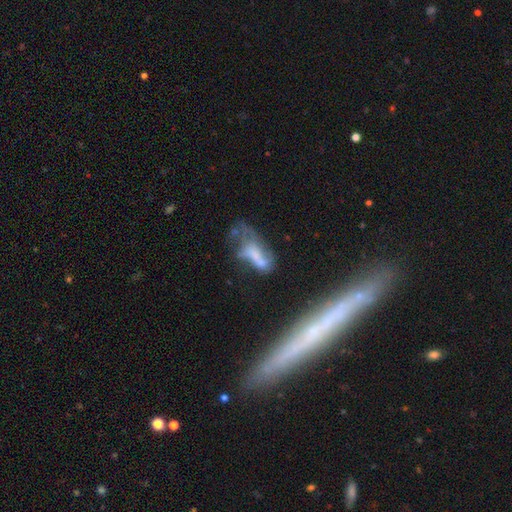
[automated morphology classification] This appears to be a featured or disk galaxy (45%). Merging: major disturbance (38%).